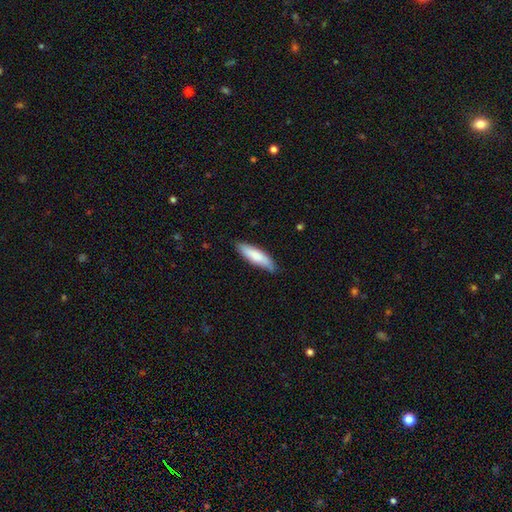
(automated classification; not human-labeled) This is likely a smooth galaxy (77%). How rounded: likely cigar-shaped (63%). Merging: likely none (78%).